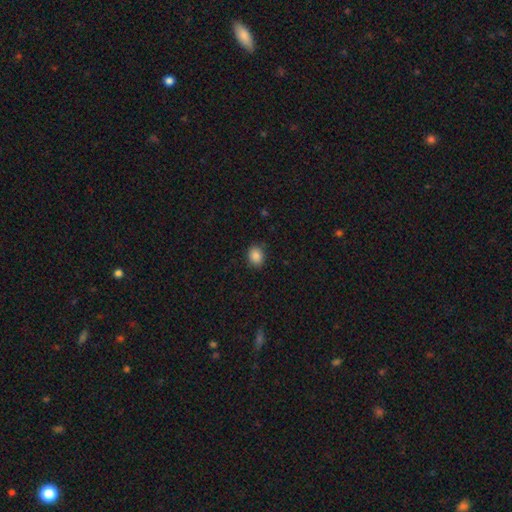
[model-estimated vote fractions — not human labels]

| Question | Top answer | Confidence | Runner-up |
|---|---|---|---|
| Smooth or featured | smooth | 87% | star or artifact (9%) |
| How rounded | round | 52% | in between (48%) |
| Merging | none | 86% | minor disturbance (10%) |